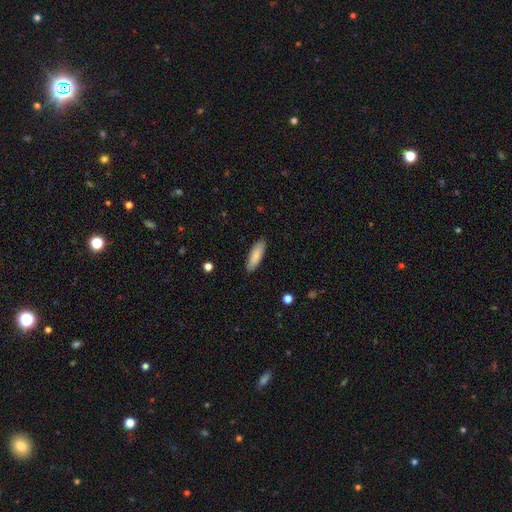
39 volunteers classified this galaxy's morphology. type=smooth (82%); roundness=cigar-shaped (66%); merging=none (97%).